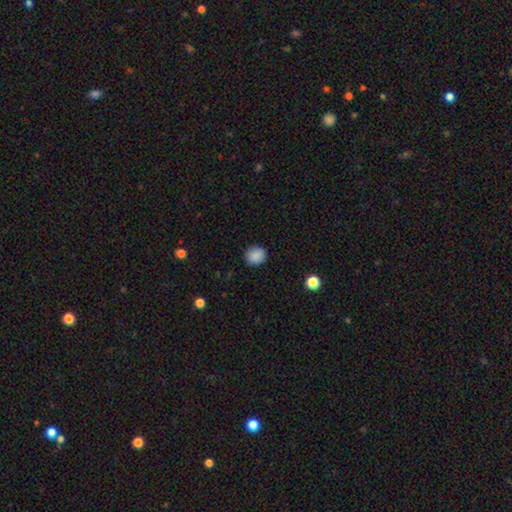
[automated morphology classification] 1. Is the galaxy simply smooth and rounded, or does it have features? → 88% smooth, 9% star or artifact, 4% featured or disk.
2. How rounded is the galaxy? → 77% round, 23% in between, 1% cigar-shaped.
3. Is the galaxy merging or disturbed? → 88% none, 9% minor disturbance, 2% major disturbance, 1% merger.